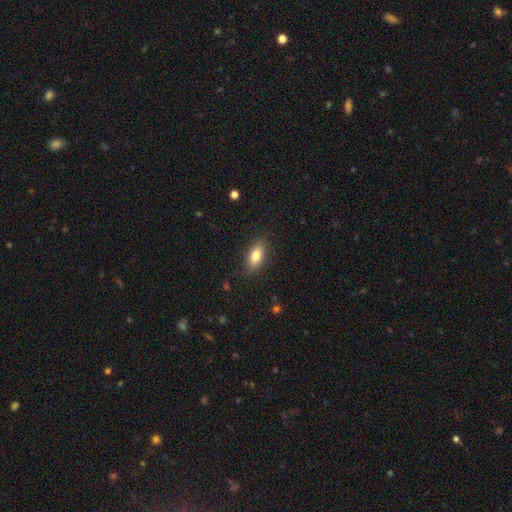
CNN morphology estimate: Overall: smooth (81%). How rounded: in between (85%). Merging: none (86%).